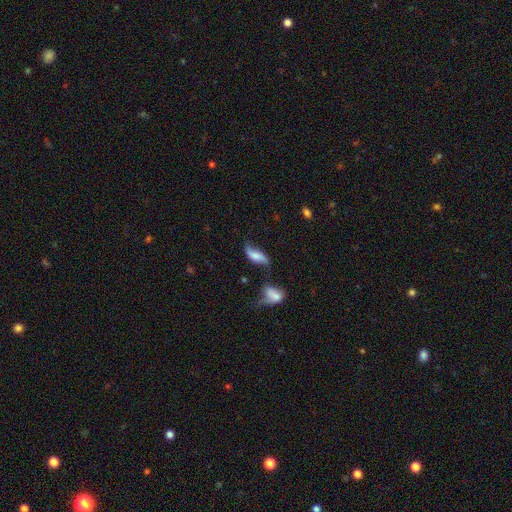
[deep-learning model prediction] Smooth or featured?
  - featured or disk: 57% *
  - smooth: 34%
  - star or artifact: 9%
Edge-on disk?
  - no: 87% *
  - yes: 13%
Merging?
  - none: 44% *
  - minor disturbance: 25%
  - merger: 16%
  - major disturbance: 15%